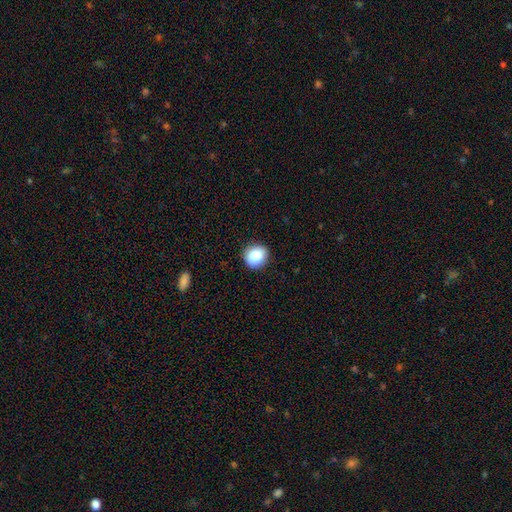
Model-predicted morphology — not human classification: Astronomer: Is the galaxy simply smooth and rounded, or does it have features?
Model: smooth — 87%.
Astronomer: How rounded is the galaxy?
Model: round — 82%.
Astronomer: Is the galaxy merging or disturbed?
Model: none — 88%.